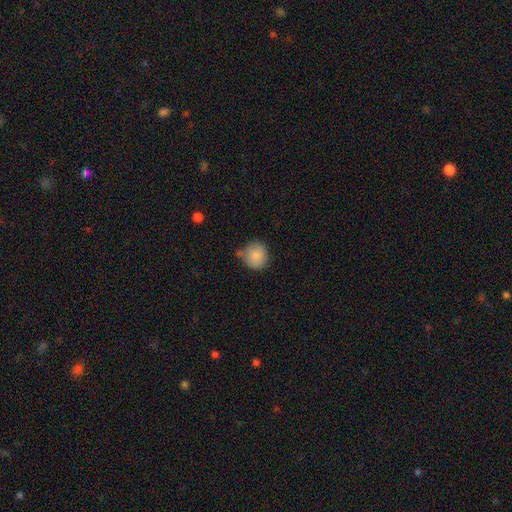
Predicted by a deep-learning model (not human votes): This is clearly a smooth galaxy (87%). How rounded: clearly round (89%). Merging: likely none (67%).